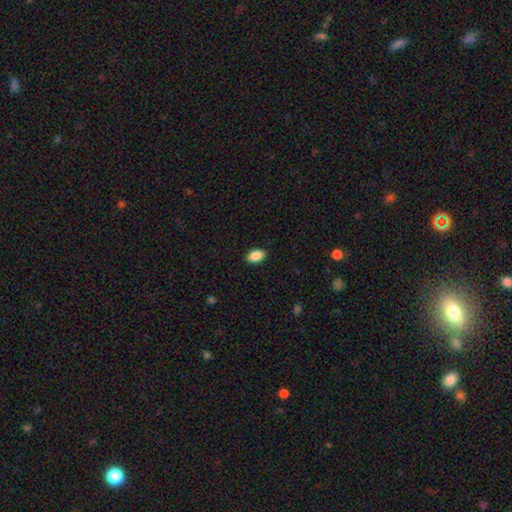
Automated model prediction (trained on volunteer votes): Overall: smooth (87%). How rounded: in between (91%). Merging: none (89%).